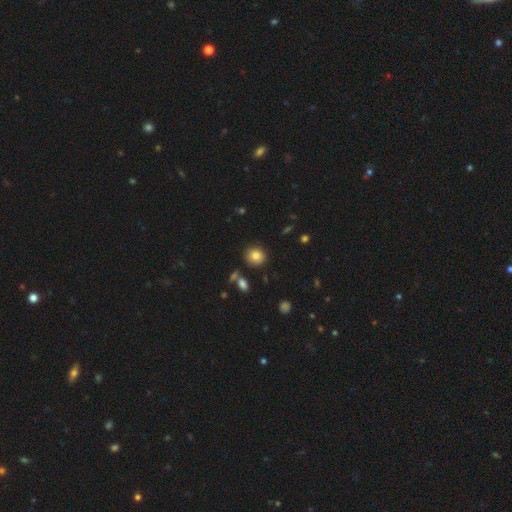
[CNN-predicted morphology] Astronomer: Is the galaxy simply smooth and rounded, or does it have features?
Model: smooth — 81%.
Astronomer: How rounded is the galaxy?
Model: round — 80%.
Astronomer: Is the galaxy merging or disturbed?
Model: none — 85%.